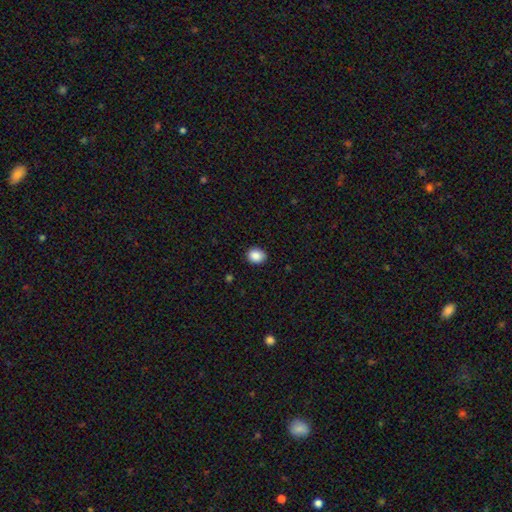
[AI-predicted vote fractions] Q: Smooth or featured?
A: smooth (88%); runner-up: star or artifact (9%)
Q: How rounded?
A: round (62%); runner-up: in between (38%)
Q: Merging?
A: none (88%); runner-up: minor disturbance (9%)